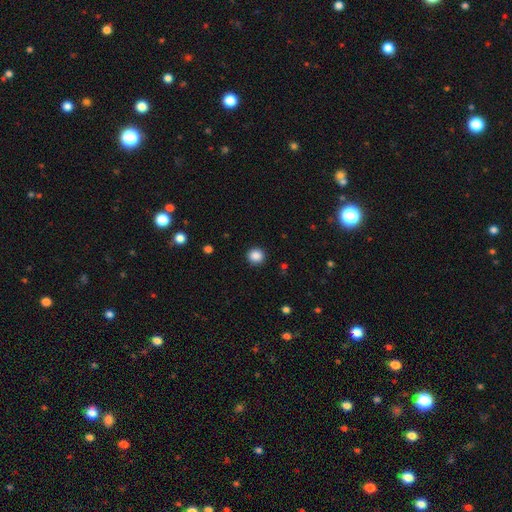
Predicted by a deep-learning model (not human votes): smooth-or-featured: smooth: 87% | star or artifact: 10% | featured or disk: 3%
  how-rounded: round: 91% | in between: 8% | cigar-shaped: 1%
  merging: none: 92% | minor disturbance: 5% | major disturbance: 2% | merger: 1%